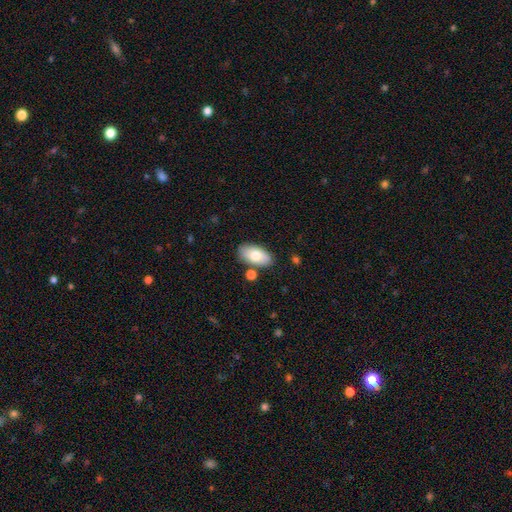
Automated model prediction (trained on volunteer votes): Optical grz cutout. It shows a smooth galaxy with no disk features (75%) that is in between round and cigar-shaped (93%). Merging: none (80%).